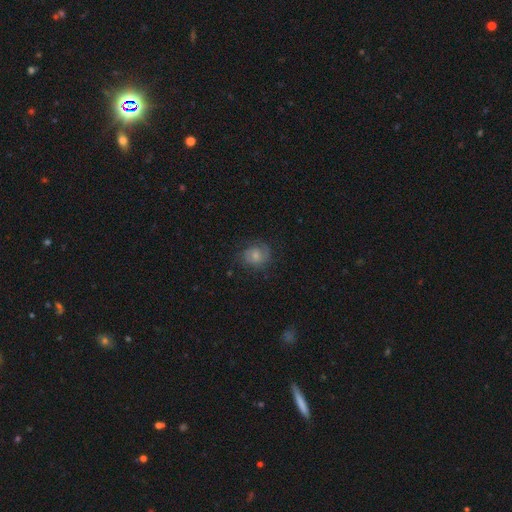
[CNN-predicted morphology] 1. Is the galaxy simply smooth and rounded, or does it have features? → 48% featured or disk, 43% smooth, 9% star or artifact.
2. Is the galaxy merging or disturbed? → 67% none, 21% minor disturbance, 11% major disturbance, 1% merger.